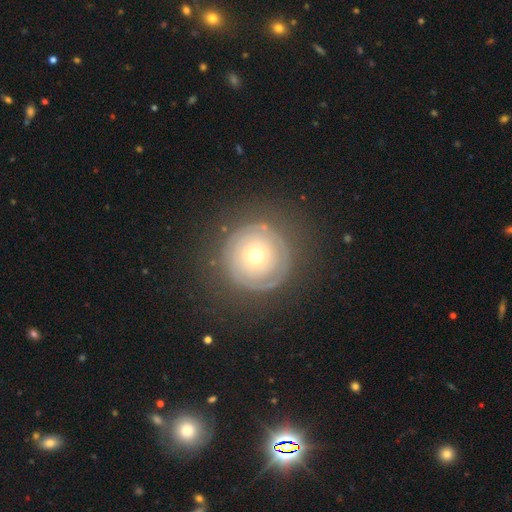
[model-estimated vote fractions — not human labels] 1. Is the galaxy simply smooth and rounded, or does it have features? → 61% featured or disk, 31% smooth, 8% star or artifact.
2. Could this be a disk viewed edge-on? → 96% no, 4% yes.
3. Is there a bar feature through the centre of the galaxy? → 90% no, 7% weak, 3% strong.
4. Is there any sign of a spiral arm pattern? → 58% yes, 42% no.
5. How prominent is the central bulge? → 54% moderate, 38% small, 5% large, 1% dominant, 1% none.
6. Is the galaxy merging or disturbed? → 78% none, 13% minor disturbance, 8% major disturbance, 2% merger.